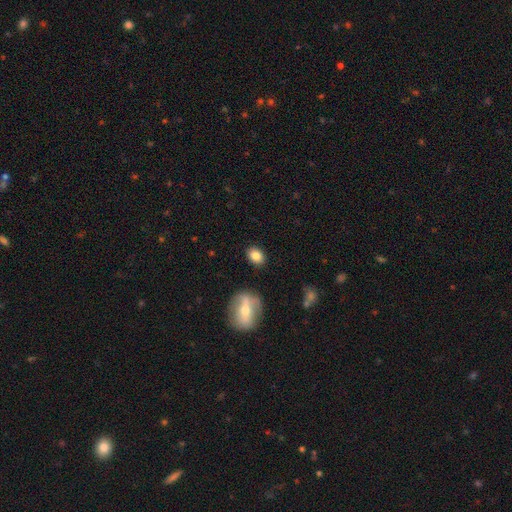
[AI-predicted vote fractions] smooth 82%, star or artifact 9%, featured or disk 9%. Down the decision tree: how rounded — in between (66%); merging — none (85%).